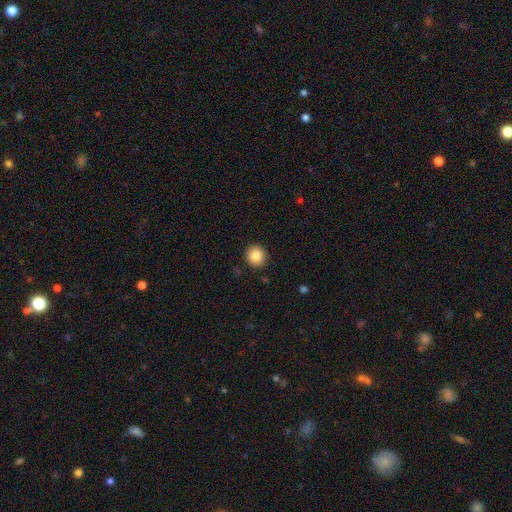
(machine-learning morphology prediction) Smooth or featured? Predicted: smooth (p=0.85). How rounded? Predicted: round (p=0.90). Merging? Predicted: none (p=0.91).